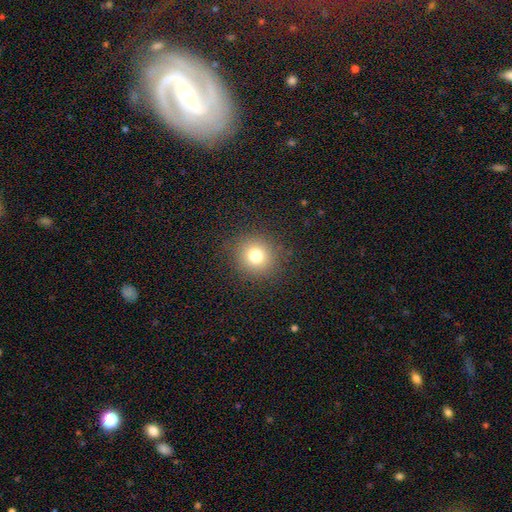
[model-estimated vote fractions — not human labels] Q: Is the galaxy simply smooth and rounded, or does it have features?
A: smooth — 76%.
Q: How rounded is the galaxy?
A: round — 92%.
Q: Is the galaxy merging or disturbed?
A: none — 89%.